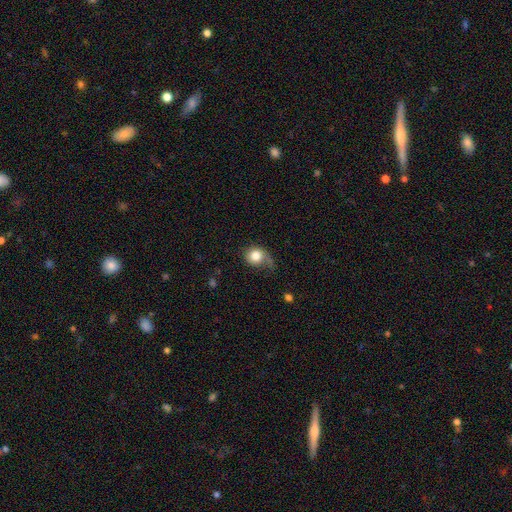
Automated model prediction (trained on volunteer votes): Smooth or featured: smooth — 78% (featured or disk — 14%)
How rounded: round — 78% (in between — 21%)
Merging: none — 41% (minor disturbance — 30%)